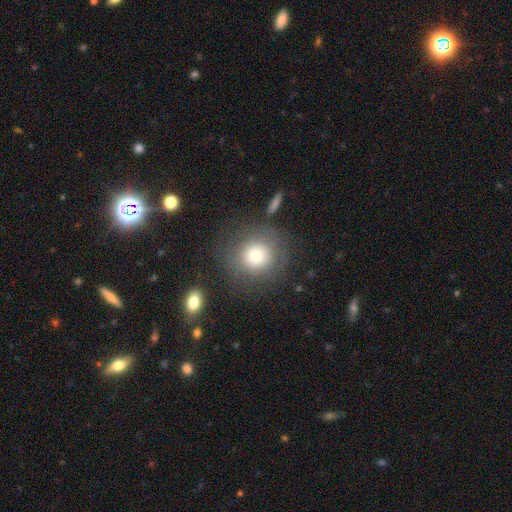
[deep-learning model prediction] This is likely a smooth galaxy (73%). How rounded: clearly round (88%). Merging: likely none (77%).